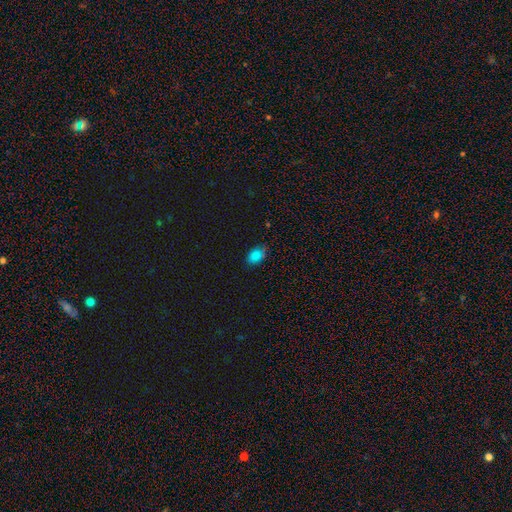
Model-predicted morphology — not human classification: Overall: smooth (79%). How rounded: in between (78%). Merging: none (72%).